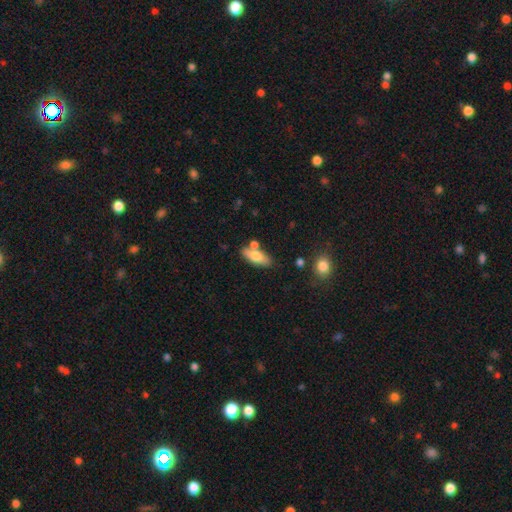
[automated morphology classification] Overall: smooth (68%). How rounded: in between (72%). Merging: none (66%).